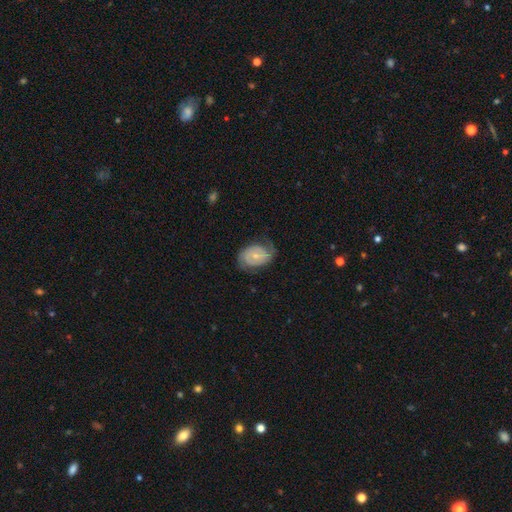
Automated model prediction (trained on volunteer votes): smooth_or_featured: featured or disk (p=0.68) [alt: smooth p=0.26]
disk_edge_on: no (p=0.97) [alt: yes p=0.03]
bar: no (p=0.66) [alt: weak p=0.28]
has_spiral_arms: yes (p=0.86) [alt: no p=0.14]
spiral_winding: tight (p=0.48) [alt: medium p=0.35]
spiral_arm_count: 2 (p=0.70) [alt: can't tell p=0.17]
bulge_size: small (p=0.58) [alt: moderate p=0.37]
merging: none (p=0.63) [alt: minor disturbance p=0.24]